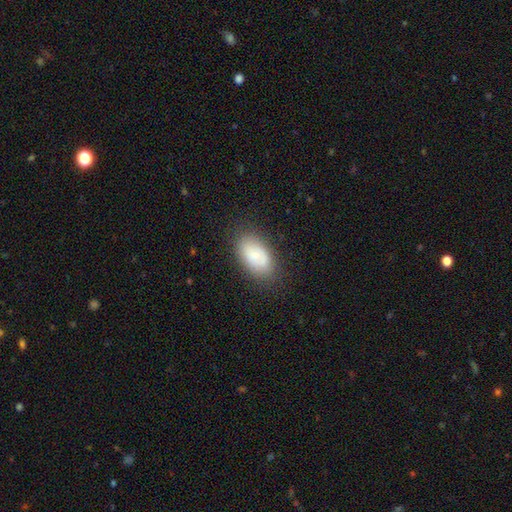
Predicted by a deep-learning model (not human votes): This is likely a smooth galaxy (76%). How rounded: clearly in between (92%). Merging: likely none (80%).